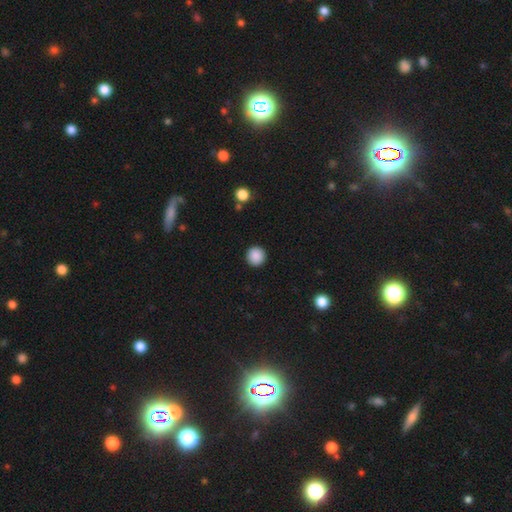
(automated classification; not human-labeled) This appears to be a smooth galaxy with no disk features (89%) that is round (94%). Merging: none (93%).